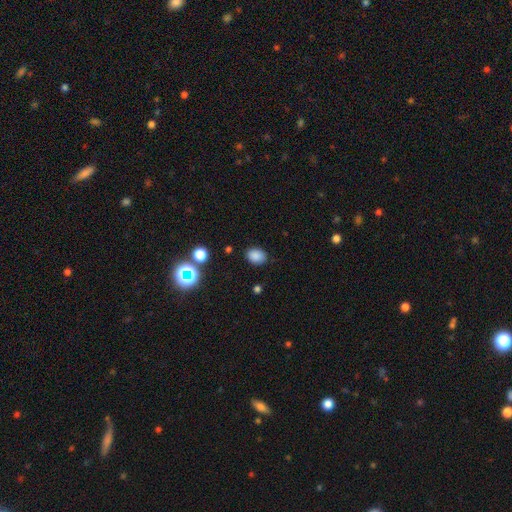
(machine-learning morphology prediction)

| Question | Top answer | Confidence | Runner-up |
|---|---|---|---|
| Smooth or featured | smooth | 82% | star or artifact (13%) |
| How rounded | in between | 65% | round (34%) |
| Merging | none | 84% | minor disturbance (11%) |